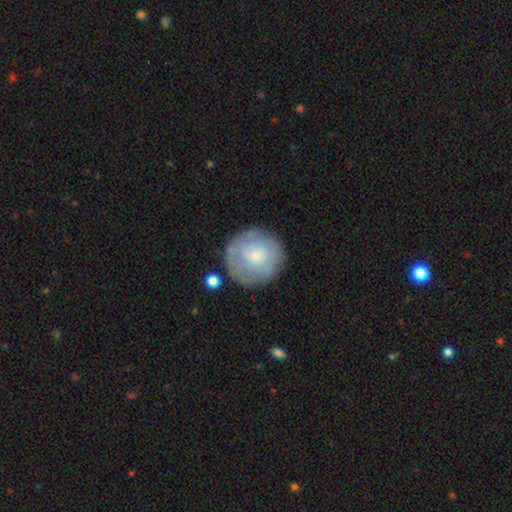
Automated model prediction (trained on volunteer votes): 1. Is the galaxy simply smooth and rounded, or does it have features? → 58% smooth, 35% featured or disk, 7% star or artifact.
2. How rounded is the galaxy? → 93% round, 6% in between, 1% cigar-shaped.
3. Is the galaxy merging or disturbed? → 76% none, 15% minor disturbance, 6% major disturbance, 3% merger.